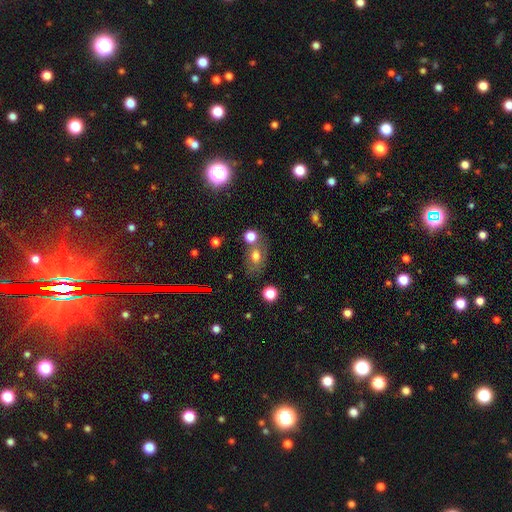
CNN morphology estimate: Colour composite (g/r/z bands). It shows a smooth galaxy with no disk features (60%) that is in between round and cigar-shaped (73%). Merging: none (53%).